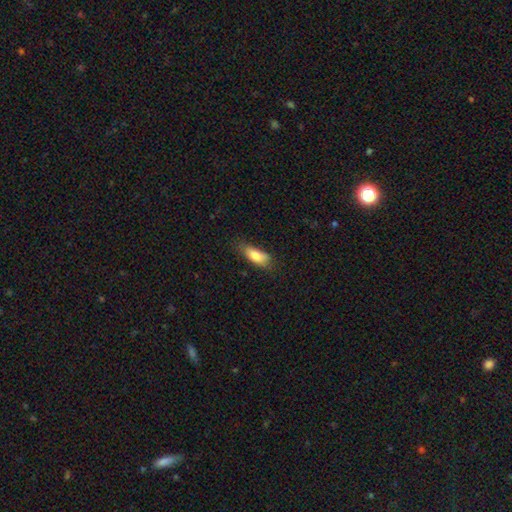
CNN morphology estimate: A smooth galaxy with no disk features (82%) that is in between round and cigar-shaped (75%). Merging: none (66%).